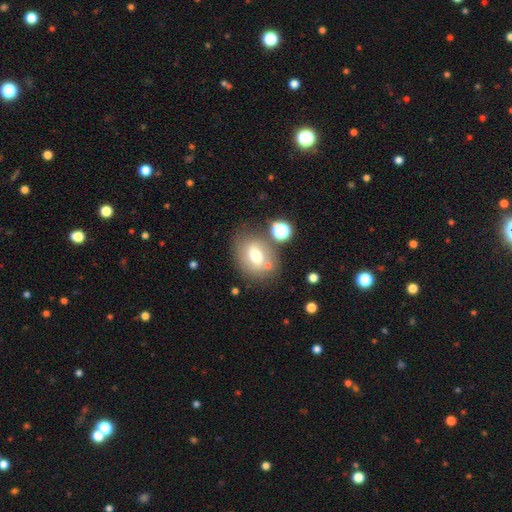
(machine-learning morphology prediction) Smooth or featured: smooth — 62% (featured or disk — 26%)
How rounded: in between — 66% (round — 32%)
Merging: none — 62% (minor disturbance — 18%)